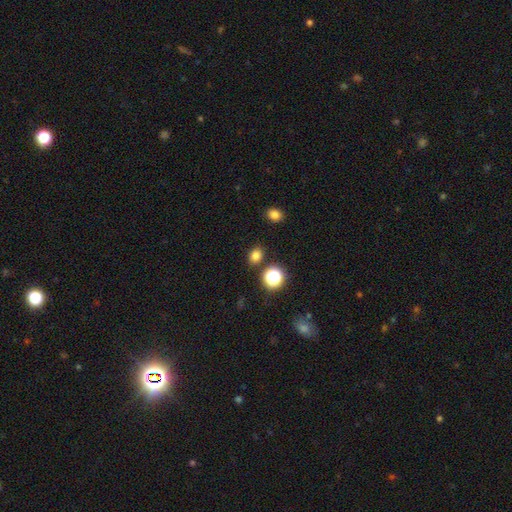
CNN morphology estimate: A smooth galaxy with no disk features (78%) that is round (59%). Merging: none (84%).